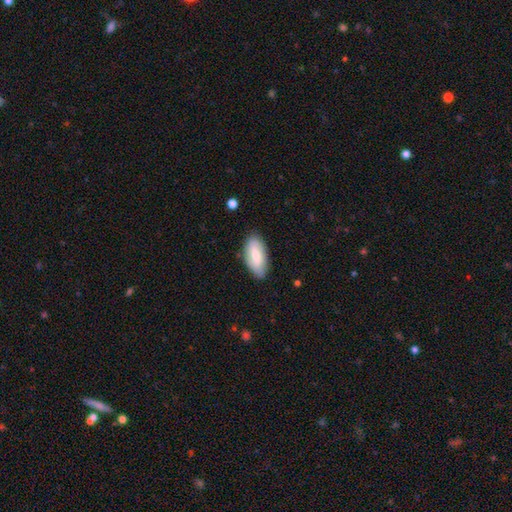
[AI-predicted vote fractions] smooth-or-featured: smooth: 69% | featured or disk: 26% | star or artifact: 6%
  how-rounded: in between: 90% | cigar-shaped: 8% | round: 2%
  merging: none: 80% | minor disturbance: 15% | major disturbance: 3% | merger: 1%